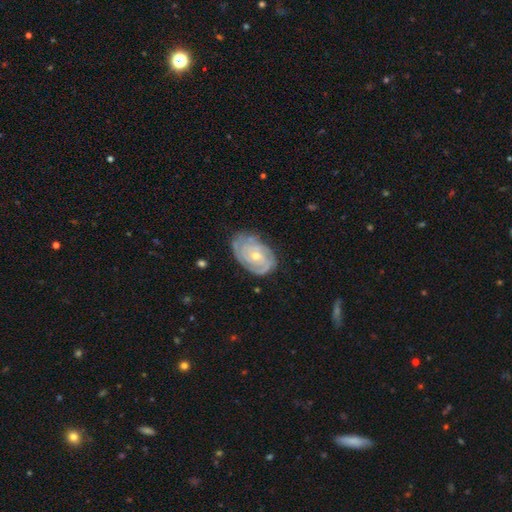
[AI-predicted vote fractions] Morphology: type=featured or disk (82%); edge-on=no (96%); bar=no (70%); spiral arms=yes (92%); winding=tight (74%); arm count=can't tell (34%); bulge=small (53%); merging=none (70%).